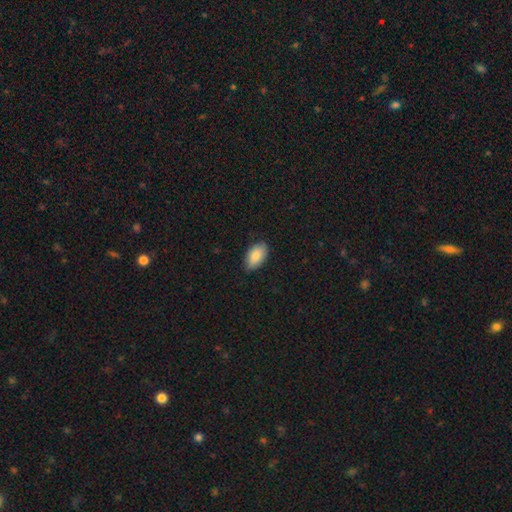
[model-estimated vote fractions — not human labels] smooth-or-featured: smooth: 86% | featured or disk: 8% | star or artifact: 6%
  how-rounded: in between: 94% | round: 4% | cigar-shaped: 2%
  merging: none: 84% | minor disturbance: 13% | major disturbance: 2% | merger: 1%